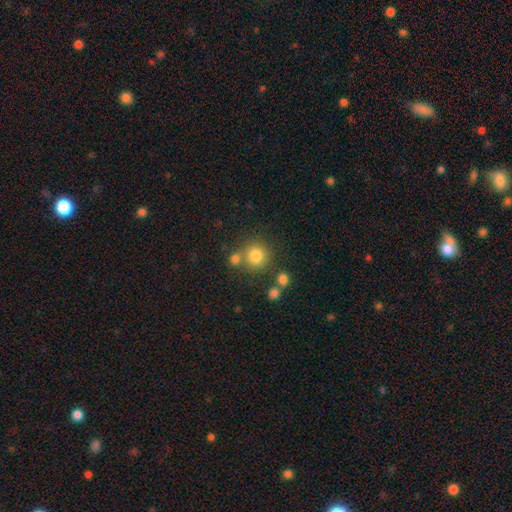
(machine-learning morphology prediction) A smooth galaxy with no disk features (80%) that is round (91%). Merging: none (68%).